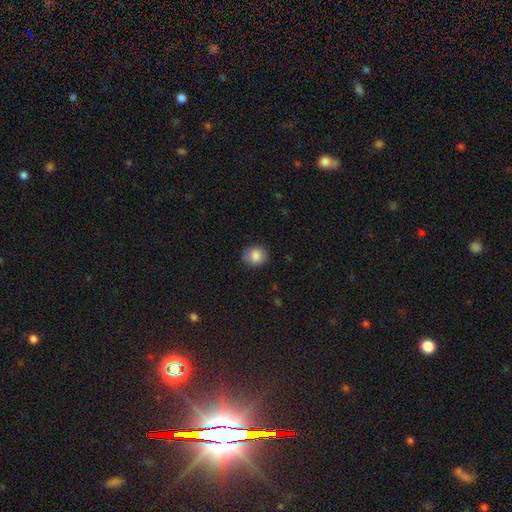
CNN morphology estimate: A smooth galaxy with no disk features (84%) that is round (78%).

Vote fractions:
- Smooth or featured? smooth: 84% / star or artifact: 9% / featured or disk: 7%
- How rounded? round: 78% / in between: 21% / cigar-shaped: 1%
- Merging? none: 85% / minor disturbance: 12% / major disturbance: 3% / merger: 1%